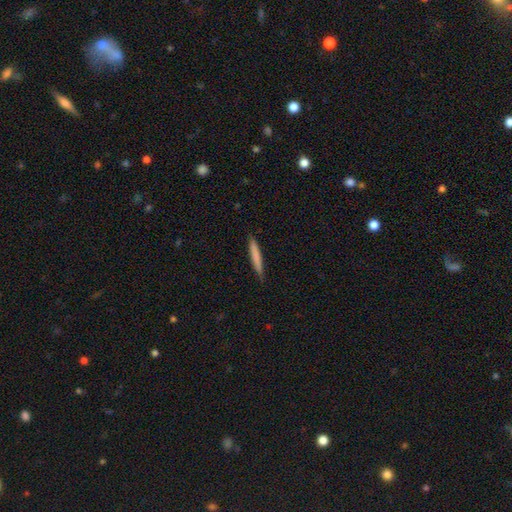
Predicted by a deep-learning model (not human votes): The model was most divided on "smooth or featured": smooth: 73%, featured or disk: 21%, star or artifact: 5%. More confident: how rounded — cigar-shaped (96%); merging — none (88%).